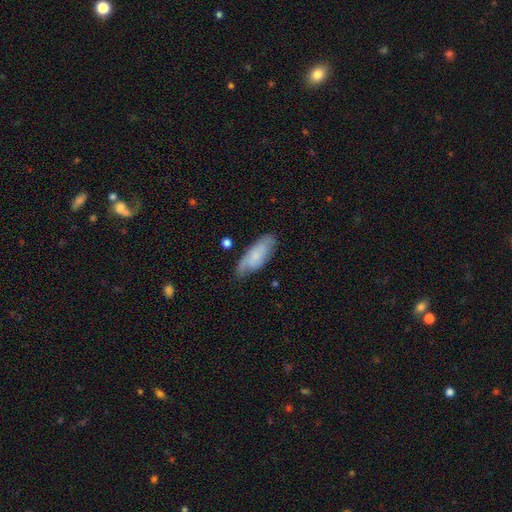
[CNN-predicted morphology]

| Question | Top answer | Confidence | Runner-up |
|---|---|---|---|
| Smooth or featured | smooth | 59% | featured or disk (34%) |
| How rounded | in between | 76% | cigar-shaped (22%) |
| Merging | none | 65% | minor disturbance (26%) |